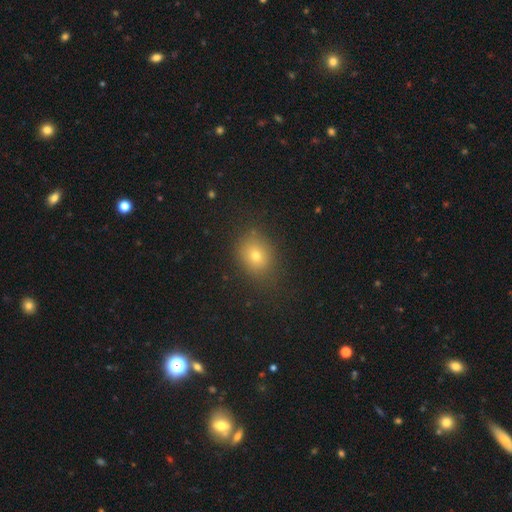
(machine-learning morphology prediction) This is likely a smooth galaxy (72%). How rounded: possibly round (54%). Merging: clearly none (80%).